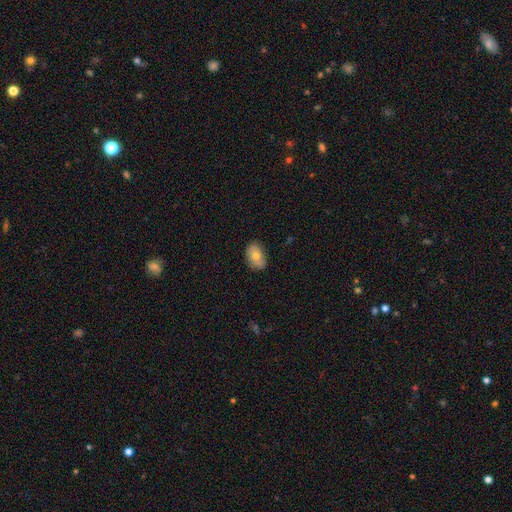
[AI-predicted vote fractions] This is likely a smooth galaxy (70%). How rounded: clearly in between (86%). Merging: likely none (79%).